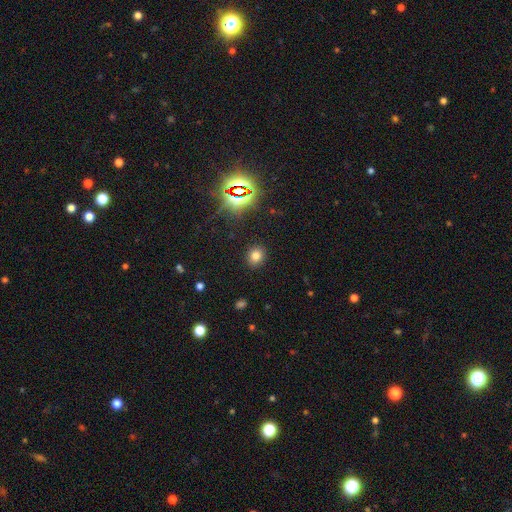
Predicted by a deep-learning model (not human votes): Smooth or featured? Predicted: smooth (p=0.74). How rounded? Predicted: round (p=0.72). Merging? Predicted: none (p=0.89).